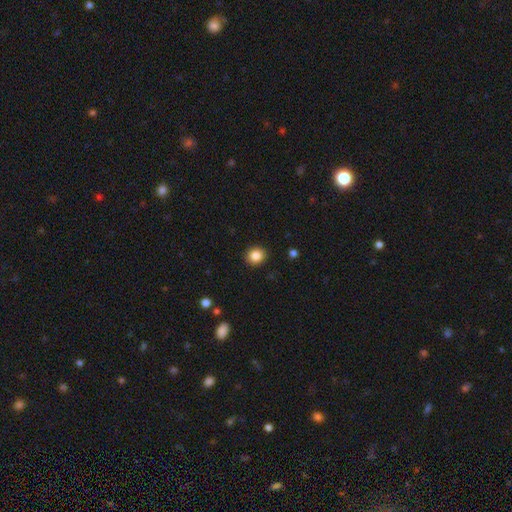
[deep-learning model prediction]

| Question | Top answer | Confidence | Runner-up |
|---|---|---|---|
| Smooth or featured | smooth | 85% | star or artifact (10%) |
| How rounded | round | 82% | in between (18%) |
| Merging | none | 92% | minor disturbance (6%) |